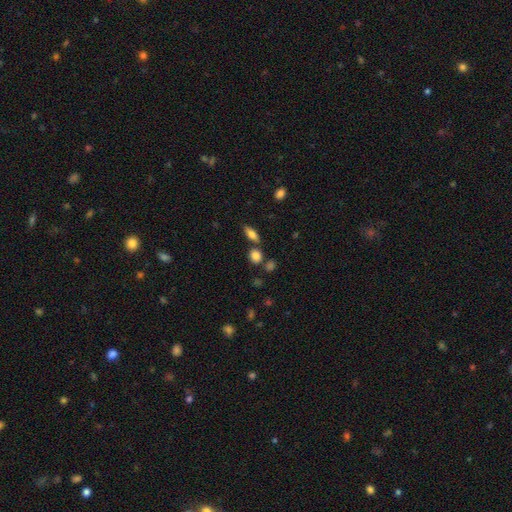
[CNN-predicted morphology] Overall: smooth (81%). How rounded: round (67%; in between 29%). Merging: none (71%).